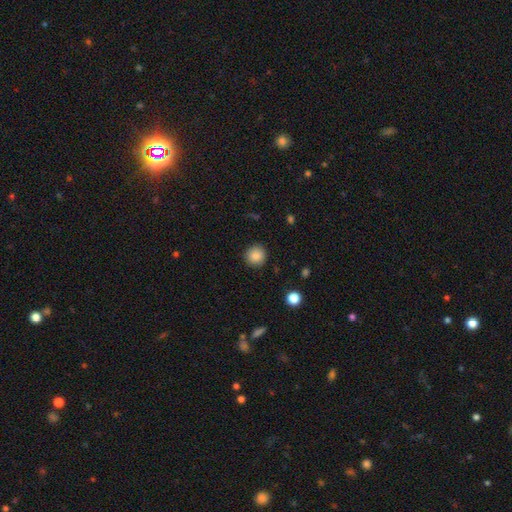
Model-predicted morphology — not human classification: type=smooth (86%); roundness=round (93%); merging=none (90%).